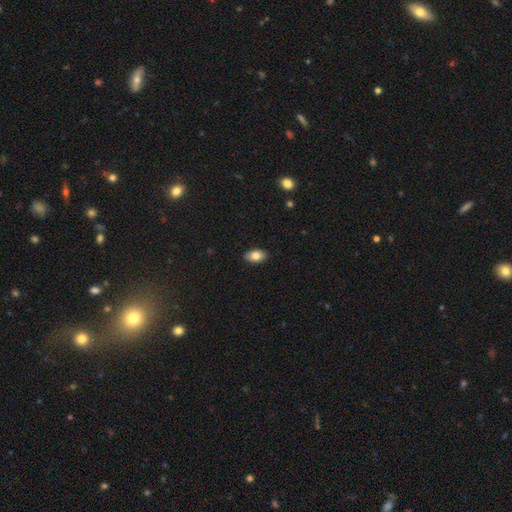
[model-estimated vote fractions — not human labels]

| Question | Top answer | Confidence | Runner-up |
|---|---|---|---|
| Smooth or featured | smooth | 81% | featured or disk (11%) |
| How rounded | in between | 91% | round (7%) |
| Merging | none | 88% | minor disturbance (9%) |